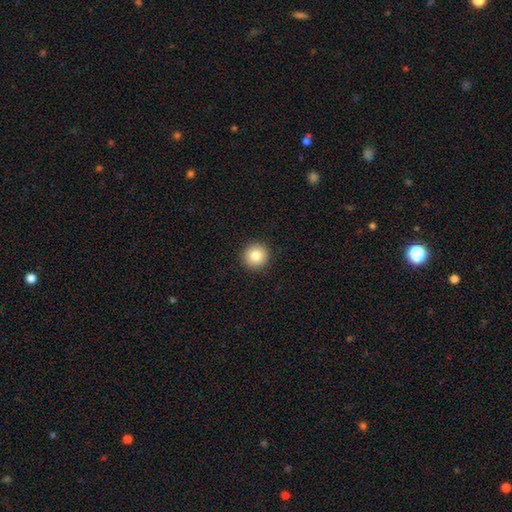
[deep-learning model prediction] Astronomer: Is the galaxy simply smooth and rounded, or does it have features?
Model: smooth — 82%.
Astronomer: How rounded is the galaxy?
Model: round — 96%.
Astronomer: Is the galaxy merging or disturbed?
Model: none — 93%.